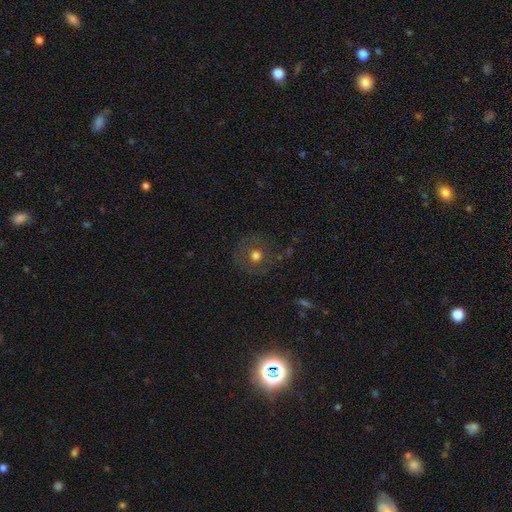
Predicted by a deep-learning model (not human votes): Smooth or featured? Predicted: smooth (p=0.63). How rounded? Predicted: round (p=0.91). Merging? Predicted: none (p=0.77).